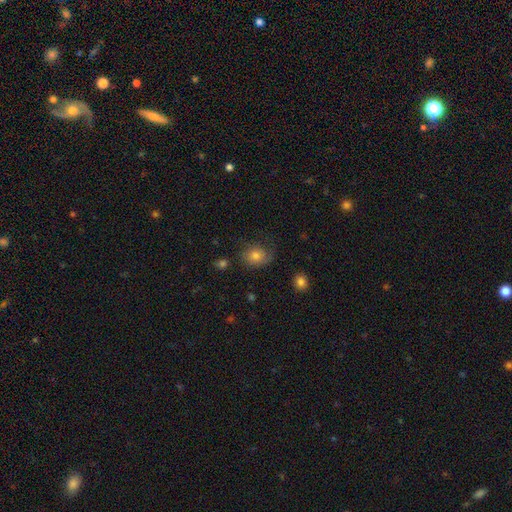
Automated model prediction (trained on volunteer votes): The model was most divided on "how rounded": round: 53%, in between: 46%, cigar-shaped: 1%. More confident: smooth or featured — smooth (74%); merging — none (61%).